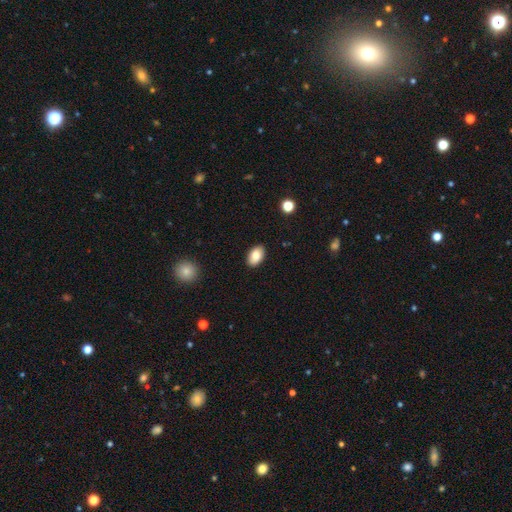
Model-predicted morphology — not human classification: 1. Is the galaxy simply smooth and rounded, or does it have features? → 86% smooth, 7% star or artifact, 7% featured or disk.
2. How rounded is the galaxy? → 91% in between, 8% round, 1% cigar-shaped.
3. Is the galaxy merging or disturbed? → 89% none, 8% minor disturbance, 2% major disturbance, 1% merger.